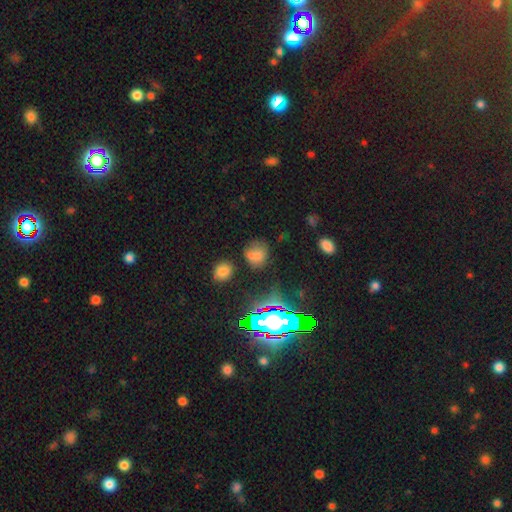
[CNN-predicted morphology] Smooth or featured: smooth — 66% (star or artifact — 23%)
How rounded: round — 73% (in between — 26%)
Merging: none — 64% (minor disturbance — 18%)